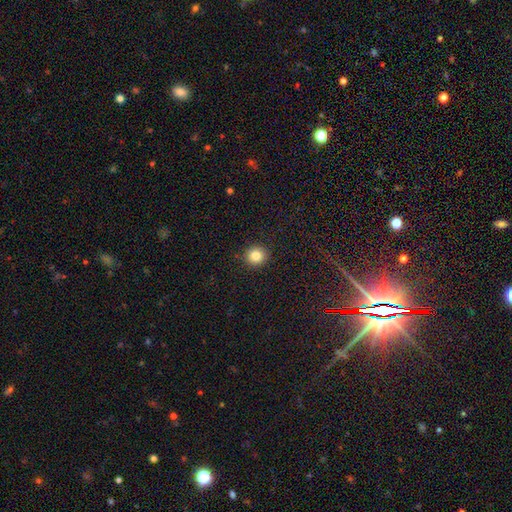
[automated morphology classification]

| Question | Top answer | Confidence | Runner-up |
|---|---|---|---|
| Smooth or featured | smooth | 83% | star or artifact (11%) |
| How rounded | round | 91% | in between (9%) |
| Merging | none | 92% | minor disturbance (5%) |